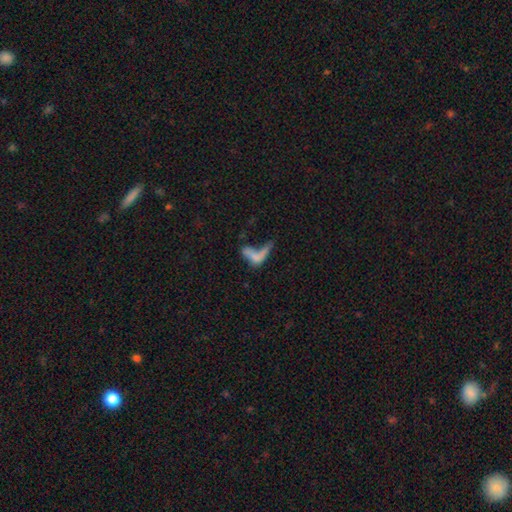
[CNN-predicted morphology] smooth-or-featured: smooth: 55% | featured or disk: 30% | star or artifact: 14%
  how-rounded: in between: 59% | cigar-shaped: 33% | round: 8%
  merging: merger: 36% | major disturbance: 35% | none: 19% | minor disturbance: 11%